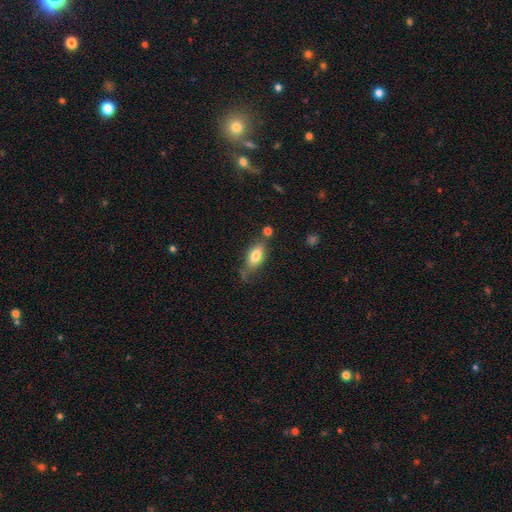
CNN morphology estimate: smooth_or_featured: smooth (p=0.78) [alt: featured or disk p=0.15]
how_rounded: in between (p=0.84) [alt: cigar-shaped p=0.11]
merging: none (p=0.58) [alt: minor disturbance p=0.24]